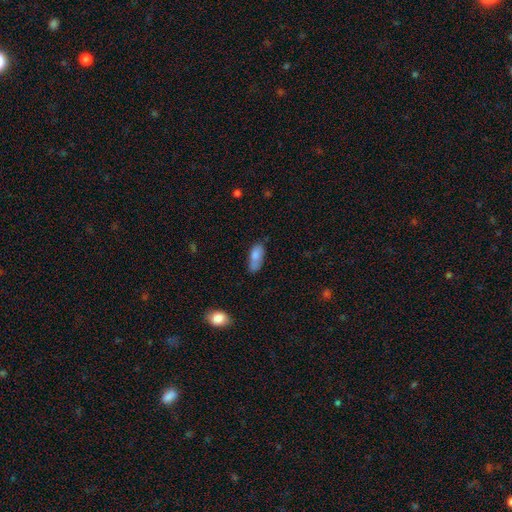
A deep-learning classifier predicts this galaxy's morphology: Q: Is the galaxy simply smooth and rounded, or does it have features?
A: smooth — 78%.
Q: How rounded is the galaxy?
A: in between — 84%.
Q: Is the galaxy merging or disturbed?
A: none — 51%.